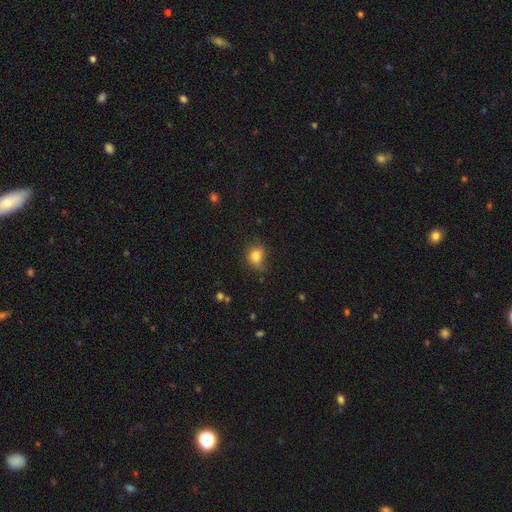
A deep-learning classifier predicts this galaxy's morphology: smooth-or-featured: smooth: 81% | star or artifact: 11% | featured or disk: 8%
  how-rounded: in between: 53% | round: 46% | cigar-shaped: 1%
  merging: none: 62% | minor disturbance: 28% | major disturbance: 8% | merger: 2%